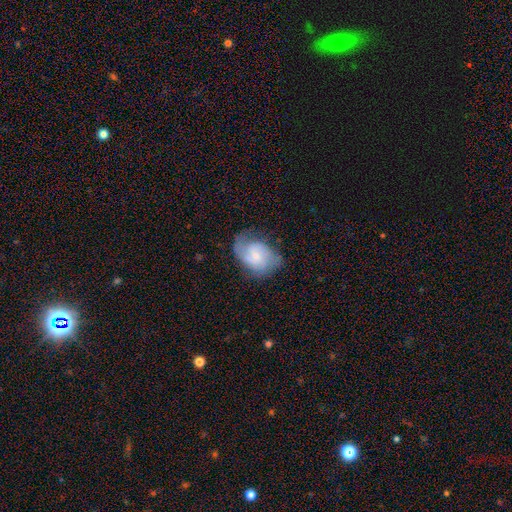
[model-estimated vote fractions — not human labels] A featured or disk galaxy (64%) with no bar (64%), 2 (57%) medium (45%) spiral arms (89%) and a small central bulge (69%).

Vote fractions:
- Smooth or featured? featured or disk: 64% / smooth: 29% / star or artifact: 7%
- Edge-on disk? no: 97% / yes: 3%
- Bar? no: 64% / weak: 30% / strong: 5%
- Spiral arms? yes: 89% / no: 11%
- Spiral winding? medium: 45% / tight: 29% / loose: 27%
- Spiral arm count? 2: 57% / can't tell: 19% / 1: 13% / 3: 7% / 4: 2% / more than 4: 2%
- Bulge size? small: 69% / moderate: 24% / none: 5% / large: 2% / dominant: 1%
- Merging? none: 57% / minor disturbance: 26% / major disturbance: 15% / merger: 2%